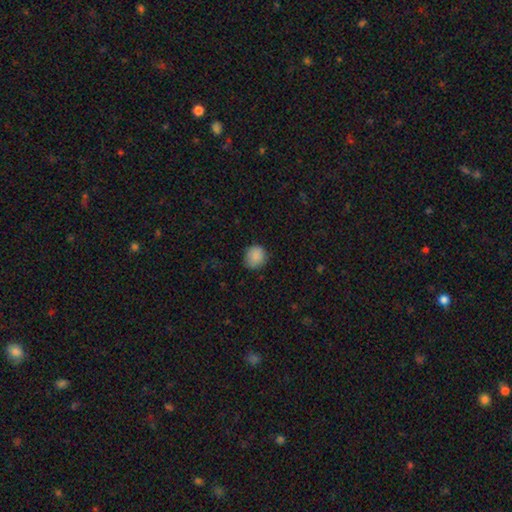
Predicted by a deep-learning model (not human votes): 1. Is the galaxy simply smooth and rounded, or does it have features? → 88% smooth, 8% star or artifact, 3% featured or disk.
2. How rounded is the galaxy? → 85% round, 14% in between, 1% cigar-shaped.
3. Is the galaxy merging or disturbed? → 85% none, 12% minor disturbance, 3% major disturbance, 1% merger.